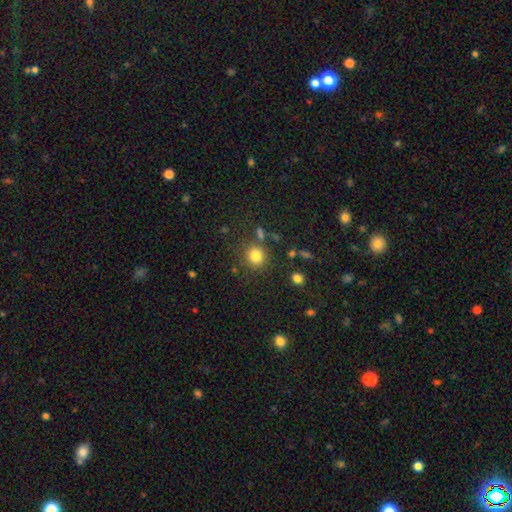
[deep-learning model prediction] A smooth galaxy with no disk features (81%) that is round (86%). Merging: none (80%).